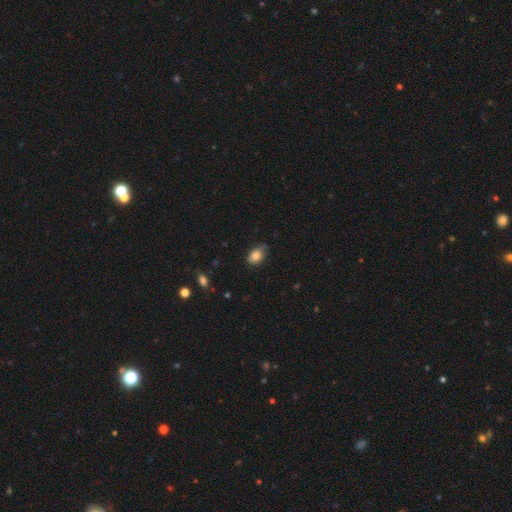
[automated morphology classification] Smooth or featured?
  - smooth: 83% *
  - featured or disk: 9%
  - star or artifact: 8%
How rounded?
  - in between: 78% *
  - round: 20%
  - cigar-shaped: 1%
Merging?
  - none: 65% *
  - minor disturbance: 28%
  - major disturbance: 5%
  - merger: 1%